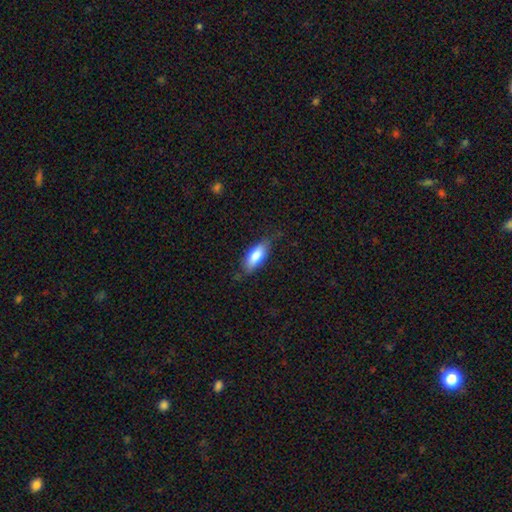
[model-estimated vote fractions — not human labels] Smooth or featured?
  - smooth: 80% *
  - featured or disk: 14%
  - star or artifact: 6%
How rounded?
  - in between: 74% *
  - cigar-shaped: 24%
  - round: 2%
Merging?
  - none: 79% *
  - minor disturbance: 17%
  - major disturbance: 3%
  - merger: 1%